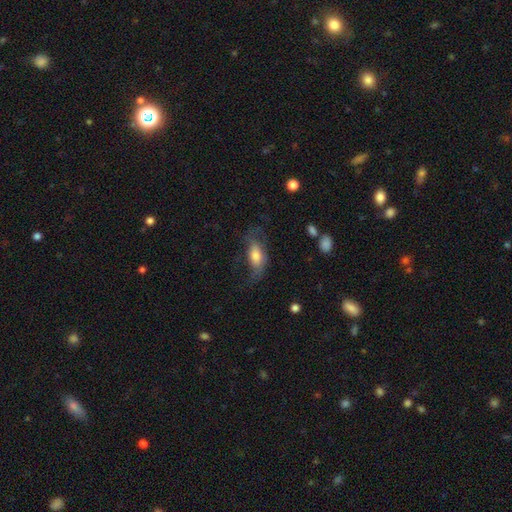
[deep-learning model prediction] A smooth galaxy with no disk features (62%) that is in between round and cigar-shaped (83%).

Vote fractions:
- Smooth or featured? smooth: 62% / featured or disk: 30% / star or artifact: 8%
- How rounded? in between: 83% / cigar-shaped: 11% / round: 5%
- Merging? none: 43% / major disturbance: 29% / minor disturbance: 25% / merger: 2%